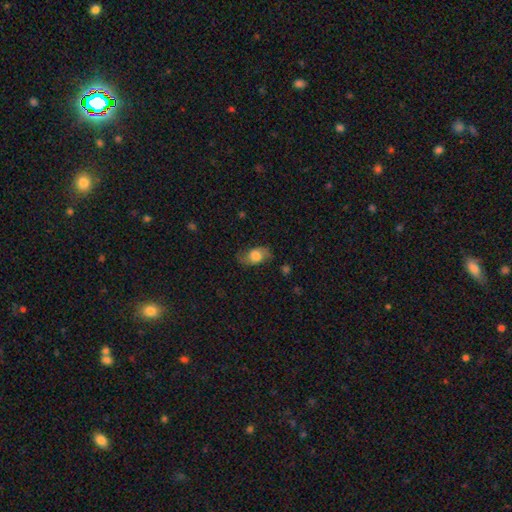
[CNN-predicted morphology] Smooth or featured?
  - smooth: 58% *
  - featured or disk: 34%
  - star or artifact: 8%
How rounded?
  - in between: 84% *
  - round: 13%
  - cigar-shaped: 2%
Merging?
  - none: 67% *
  - minor disturbance: 23%
  - major disturbance: 9%
  - merger: 1%